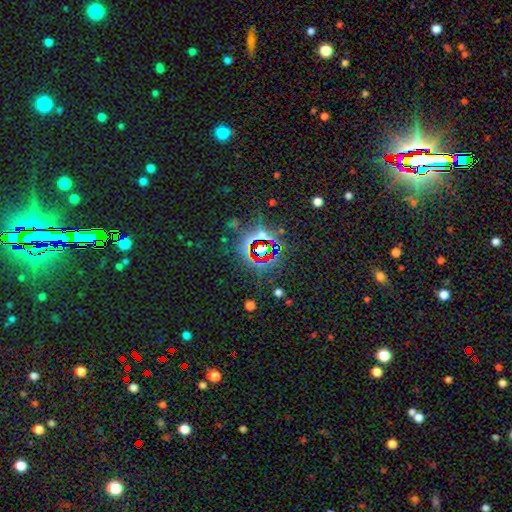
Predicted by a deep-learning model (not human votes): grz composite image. It shows a star or artifact, not a galaxy (77%).